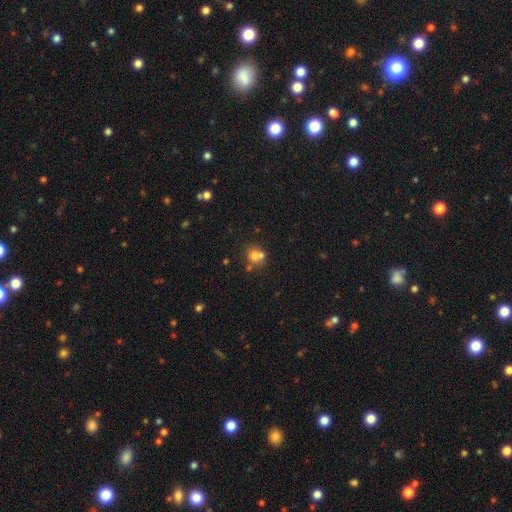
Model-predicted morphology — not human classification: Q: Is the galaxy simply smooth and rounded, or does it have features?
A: smooth — 67%.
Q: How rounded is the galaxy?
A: round — 80%.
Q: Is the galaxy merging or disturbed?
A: merger — 48%.